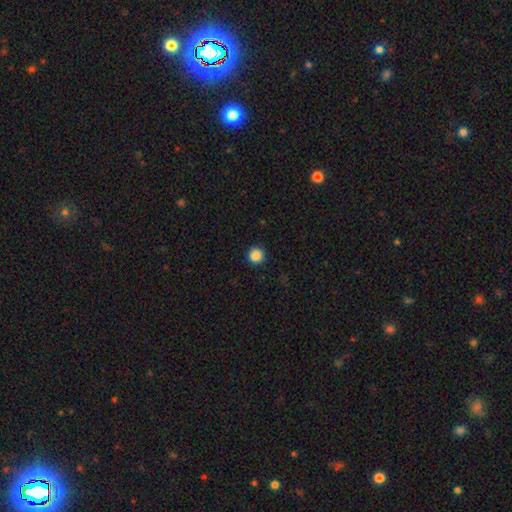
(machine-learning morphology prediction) Q: Smooth or featured?
A: smooth (87%); runner-up: star or artifact (10%)
Q: How rounded?
A: round (95%); runner-up: in between (4%)
Q: Merging?
A: none (91%); runner-up: minor disturbance (6%)